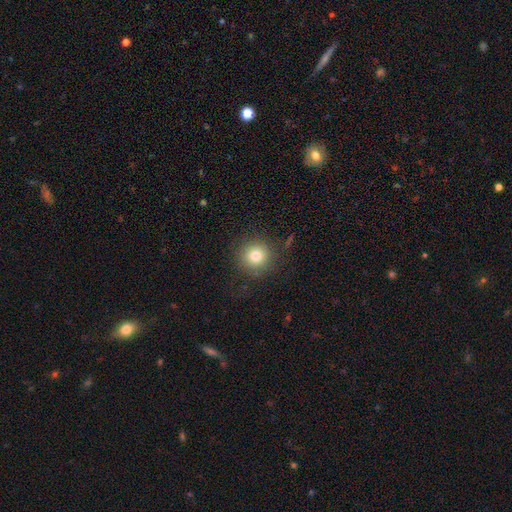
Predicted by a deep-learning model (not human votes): smooth_or_featured: smooth (p=0.79) [alt: star or artifact p=0.12]
how_rounded: round (p=0.94) [alt: in between p=0.05]
merging: none (p=0.87) [alt: minor disturbance p=0.08]